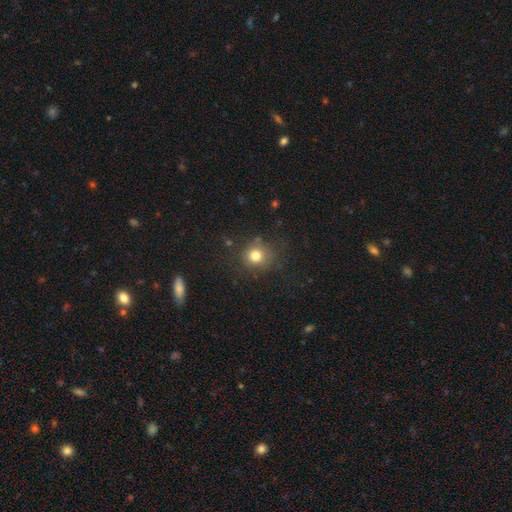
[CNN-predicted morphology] Smooth or featured? smooth (79%)
How rounded? round (86%)
Merging? none (81%)